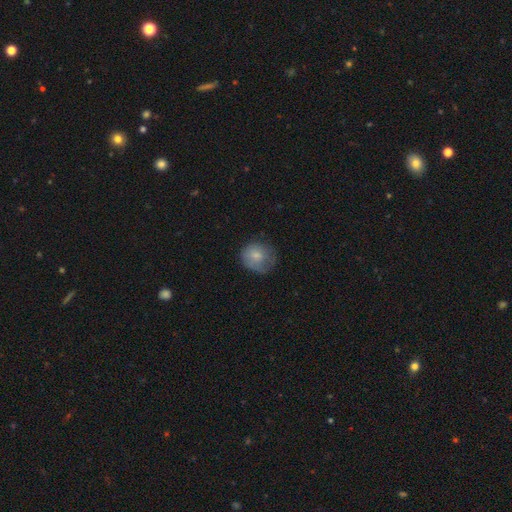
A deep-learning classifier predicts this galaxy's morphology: smooth 76%, featured or disk 16%, star or artifact 8%. Down the decision tree: how rounded — round (79%); merging — none (57%).